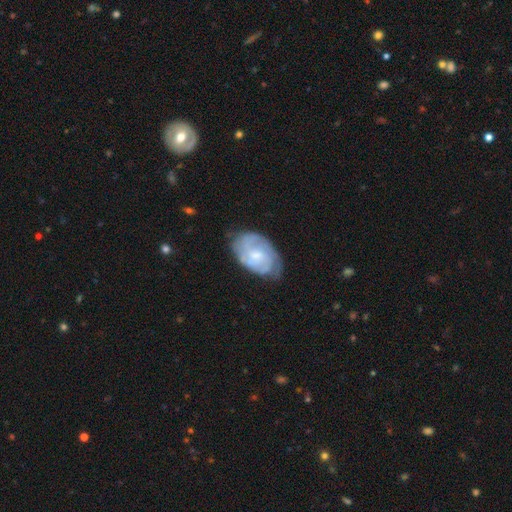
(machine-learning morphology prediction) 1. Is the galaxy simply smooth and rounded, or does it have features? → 70% featured or disk, 24% smooth, 6% star or artifact.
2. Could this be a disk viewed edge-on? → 97% no, 3% yes.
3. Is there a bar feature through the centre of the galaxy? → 64% no, 32% weak, 4% strong.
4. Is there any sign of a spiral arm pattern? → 89% yes, 11% no.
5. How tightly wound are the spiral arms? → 58% tight, 33% medium, 9% loose.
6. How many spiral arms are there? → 40% can't tell, 32% 2, 16% 3, 5% 4, 4% 1, 3% more than 4.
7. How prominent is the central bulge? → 55% small, 37% moderate, 5% none, 2% large, 1% dominant.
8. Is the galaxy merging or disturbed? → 65% none, 26% minor disturbance, 7% major disturbance, 1% merger.